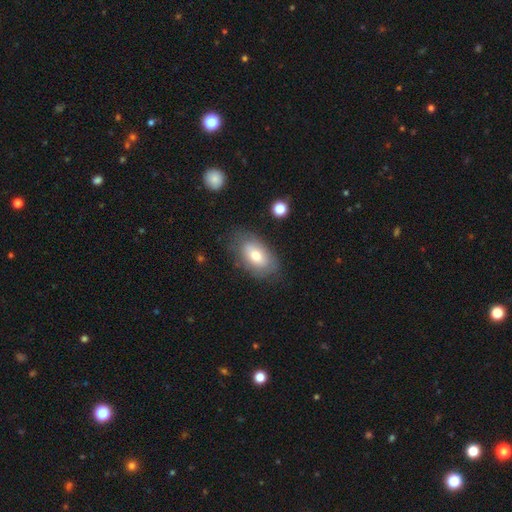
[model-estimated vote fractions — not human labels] A smooth galaxy with no disk features (69%) that is in between round and cigar-shaped (92%). Merging: none (72%).